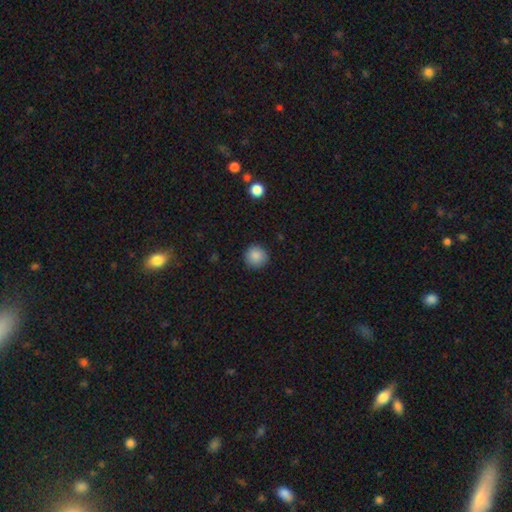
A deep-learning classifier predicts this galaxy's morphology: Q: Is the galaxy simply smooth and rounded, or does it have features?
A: smooth — 87%.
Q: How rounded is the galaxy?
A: round — 94%.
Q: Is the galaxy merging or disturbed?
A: none — 89%.